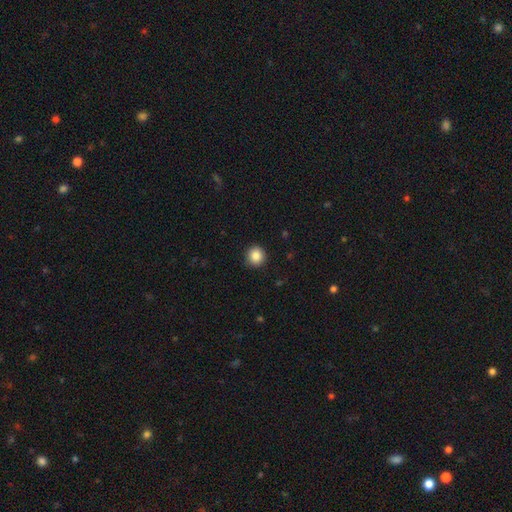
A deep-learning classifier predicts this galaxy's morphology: smooth-or-featured: smooth: 87% | star or artifact: 9% | featured or disk: 4%
  how-rounded: round: 92% | in between: 7% | cigar-shaped: 1%
  merging: none: 90% | minor disturbance: 7% | major disturbance: 2% | merger: 1%